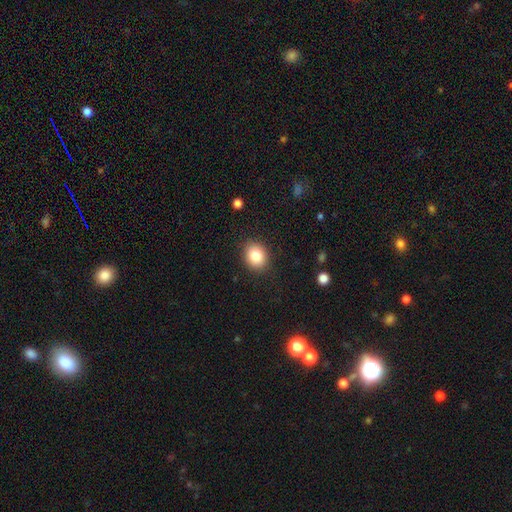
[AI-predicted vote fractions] Smooth or featured?
  - smooth: 83% *
  - star or artifact: 9%
  - featured or disk: 7%
How rounded?
  - round: 60% *
  - in between: 39%
  - cigar-shaped: 1%
Merging?
  - none: 88% *
  - minor disturbance: 8%
  - major disturbance: 2%
  - merger: 1%